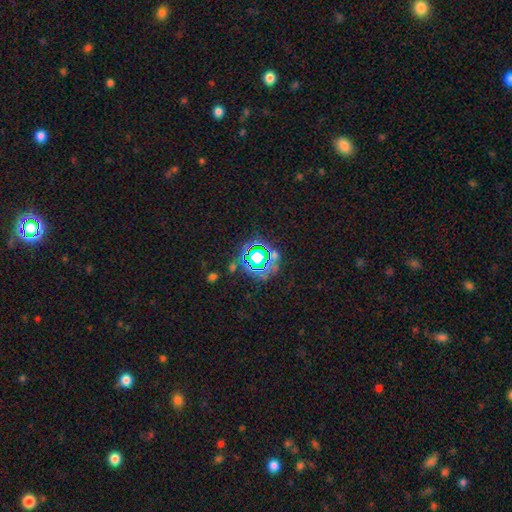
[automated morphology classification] Smooth or featured: star or artifact — 65% (smooth — 22%)